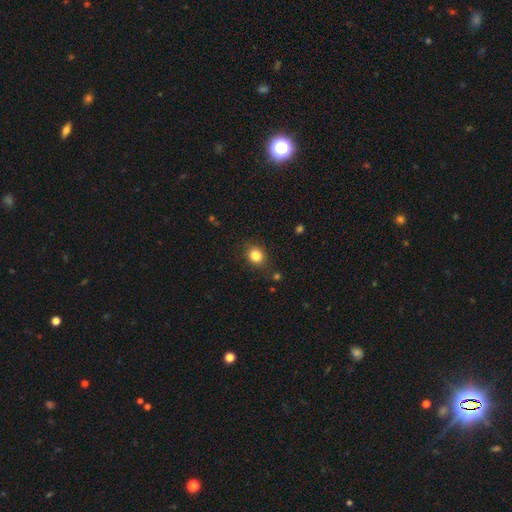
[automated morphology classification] smooth-or-featured: smooth: 83% | star or artifact: 11% | featured or disk: 6%
  how-rounded: round: 70% | in between: 29% | cigar-shaped: 1%
  merging: none: 84% | minor disturbance: 12% | major disturbance: 3% | merger: 2%